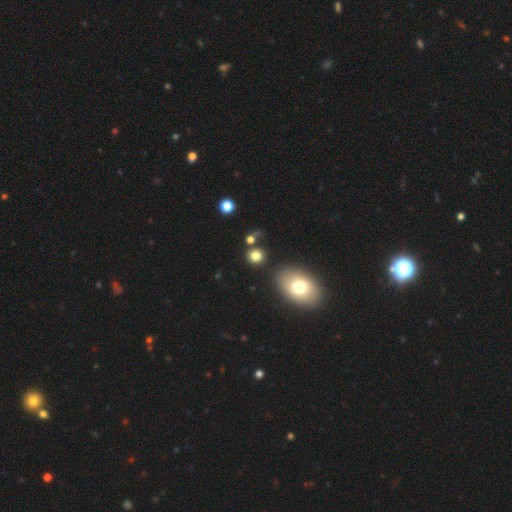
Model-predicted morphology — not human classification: This appears to be a smooth galaxy with no disk features (80%) that is round (80%). Merging: none (78%).